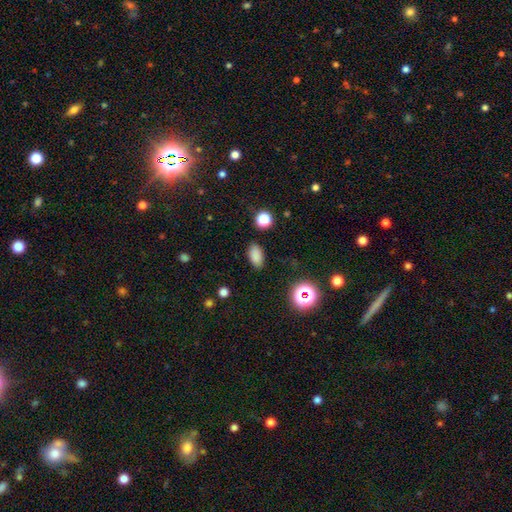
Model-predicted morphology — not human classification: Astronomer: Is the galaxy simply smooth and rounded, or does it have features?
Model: smooth — 83%.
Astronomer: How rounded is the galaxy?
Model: in between — 90%.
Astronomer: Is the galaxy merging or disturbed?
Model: none — 86%.